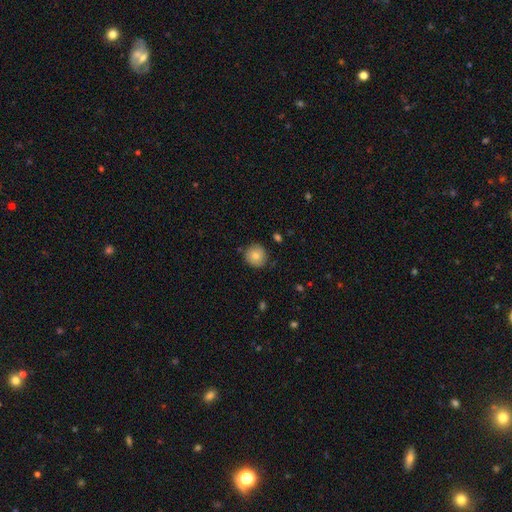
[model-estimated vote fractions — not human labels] Smooth or featured: smooth — 80% (featured or disk — 11%)
How rounded: round — 94% (in between — 5%)
Merging: none — 86% (minor disturbance — 11%)